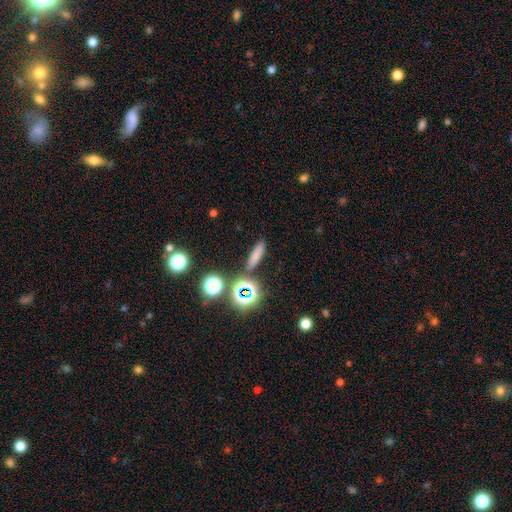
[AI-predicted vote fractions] smooth 71%, star or artifact 19%, featured or disk 10%. Down the decision tree: how rounded — cigar-shaped (68%); merging — none (84%).